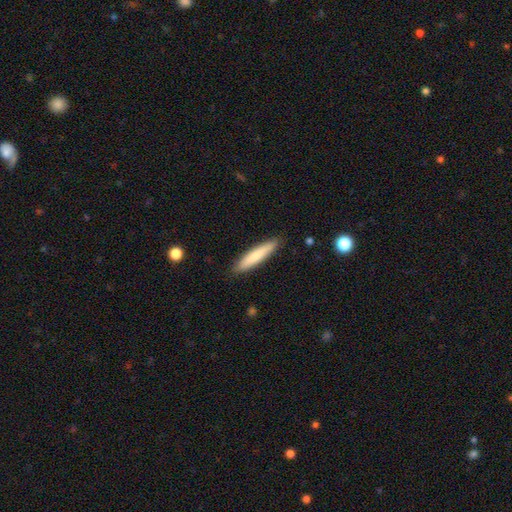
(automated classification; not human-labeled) This appears to be a smooth galaxy with no disk features (77%) that is cigar-shaped (89%). Merging: none (89%).